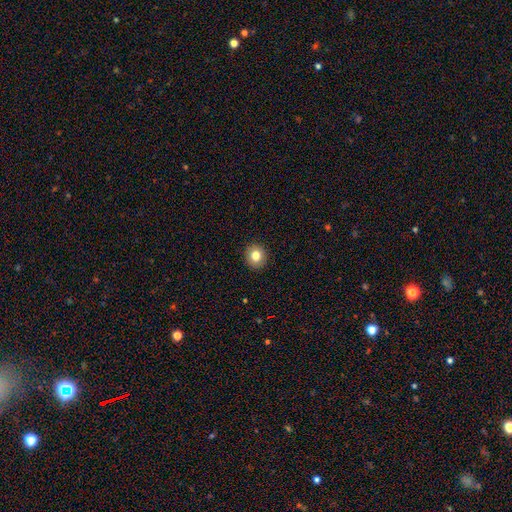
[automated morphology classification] Smooth or featured? Predicted: smooth (p=0.81). How rounded? Predicted: round (p=0.82). Merging? Predicted: none (p=0.92).